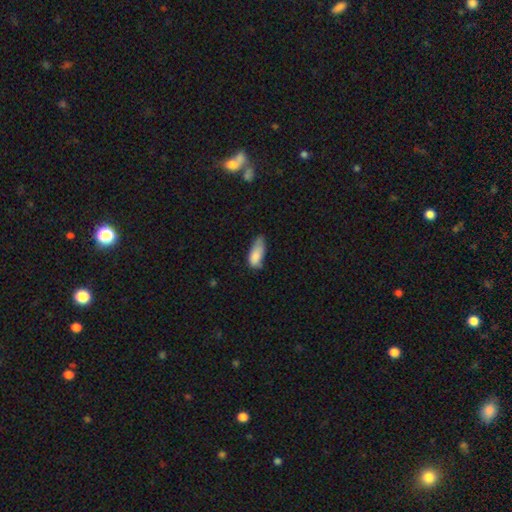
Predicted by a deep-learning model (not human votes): Smooth or featured? Predicted: smooth (p=0.82). How rounded? Predicted: in between (p=0.81). Merging? Predicted: minor disturbance (p=0.47).